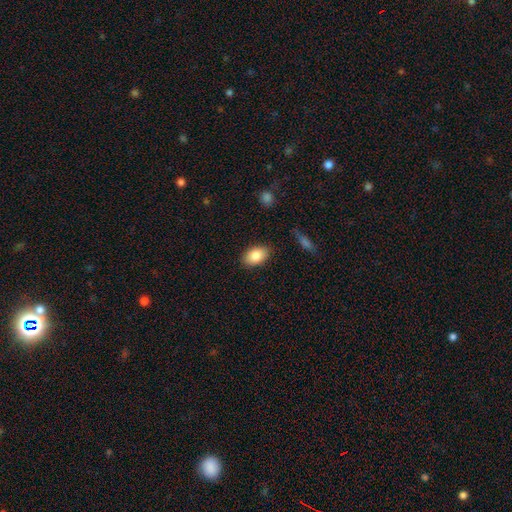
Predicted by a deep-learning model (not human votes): This appears to be a smooth galaxy with no disk features (85%) that is in between round and cigar-shaped (89%). Merging: none (85%).